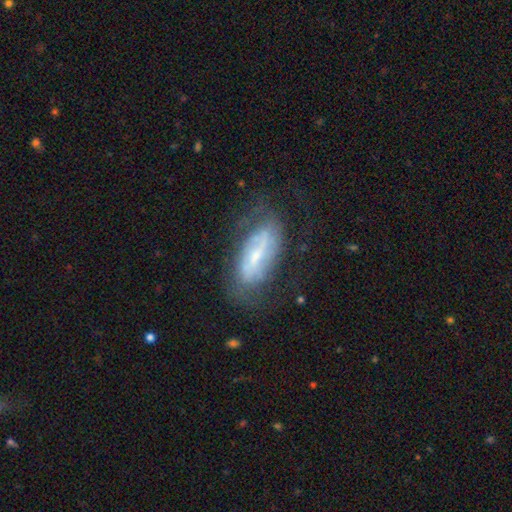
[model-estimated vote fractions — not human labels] Smooth or featured? Predicted: featured or disk (p=0.68). Edge-on disk? Predicted: no (p=0.86). Bar? Predicted: weak (p=0.42). Spiral arms? Predicted: yes (p=0.77). Bulge size? Predicted: small (p=0.59). Merging? Predicted: none (p=0.62).